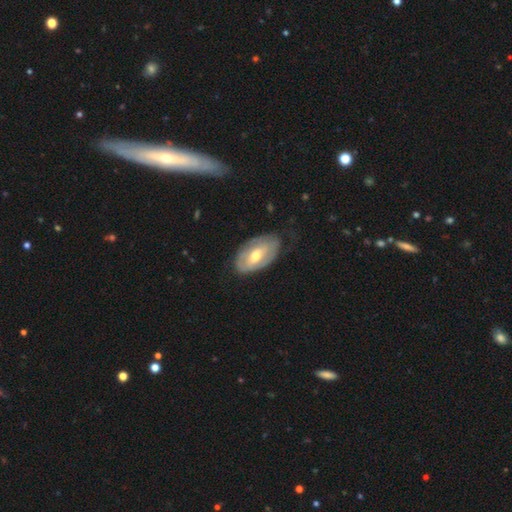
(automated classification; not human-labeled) smooth-or-featured: featured or disk: 61% | smooth: 34% | star or artifact: 5%
  disk-edge-on: no: 91% | yes: 9%
    bar: weak: 40% | no: 38% | strong: 22%
    has-spiral-arms: yes: 55% | no: 45%
    bulge-size: moderate: 71% | small: 21% | large: 6% | none: 1% | dominant: 1%
  merging: none: 65% | minor disturbance: 25% | major disturbance: 8% | merger: 1%